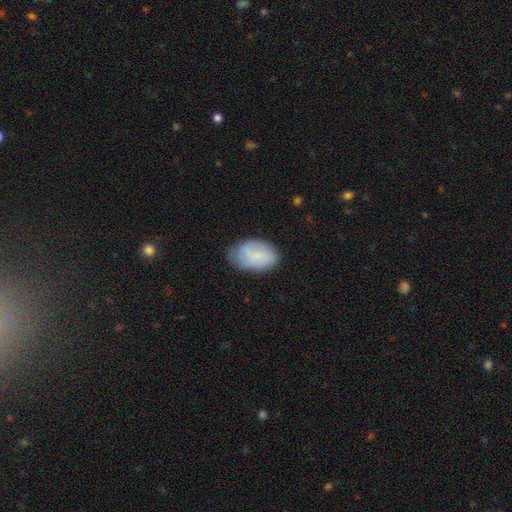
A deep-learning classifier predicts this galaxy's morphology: smooth 69%, featured or disk 24%, star or artifact 7%. Down the decision tree: how rounded — in between (91%); merging — none (69%).